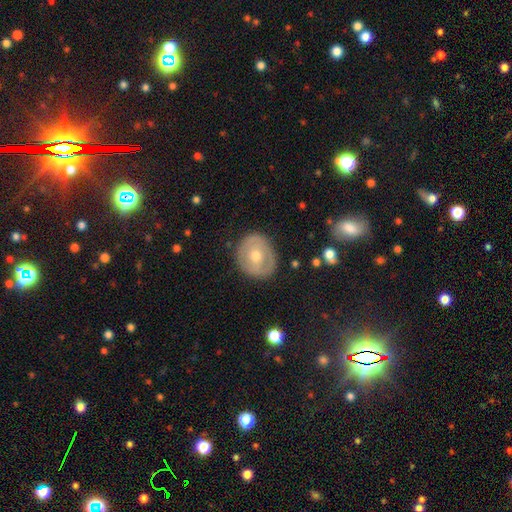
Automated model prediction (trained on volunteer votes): Q: Smooth or featured?
A: featured or disk (49%); runner-up: smooth (44%)
Q: Merging?
A: none (82%); runner-up: minor disturbance (13%)